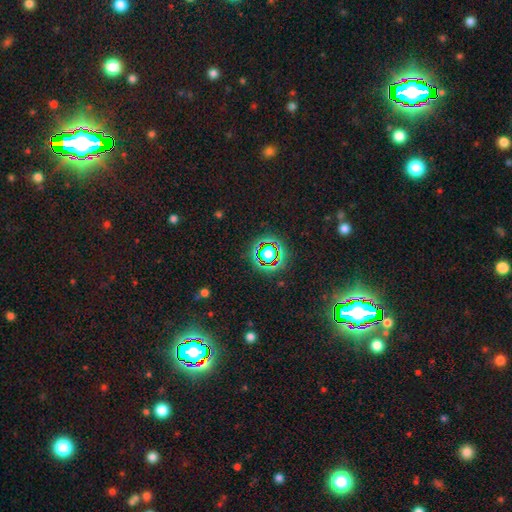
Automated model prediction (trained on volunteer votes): Q: Smooth or featured?
A: star or artifact (80%); runner-up: smooth (13%)